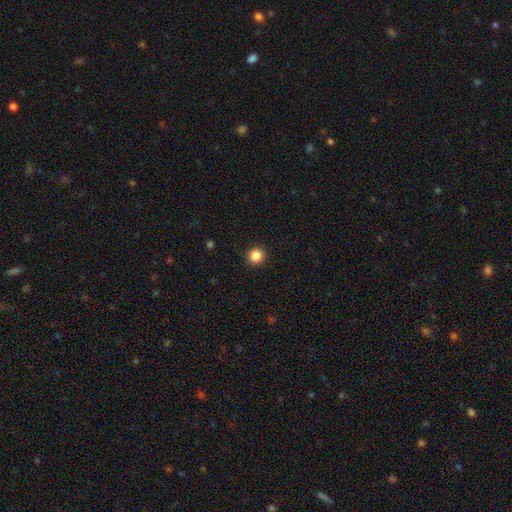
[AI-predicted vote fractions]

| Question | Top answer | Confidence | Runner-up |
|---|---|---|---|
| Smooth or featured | smooth | 86% | star or artifact (10%) |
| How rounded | round | 94% | in between (5%) |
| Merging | none | 93% | minor disturbance (5%) |